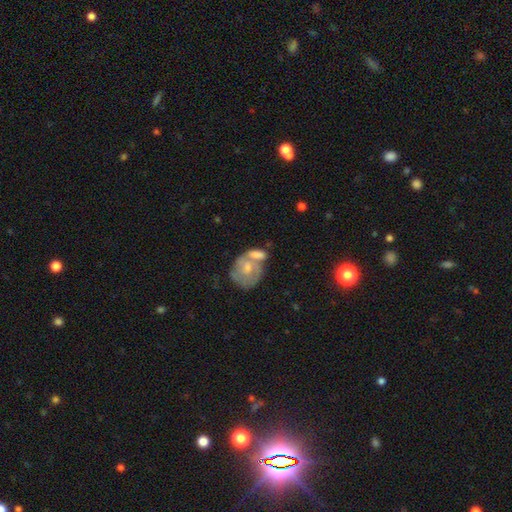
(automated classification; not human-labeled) This appears to be a smooth galaxy with no disk features (48%). Merging: merger (46%).